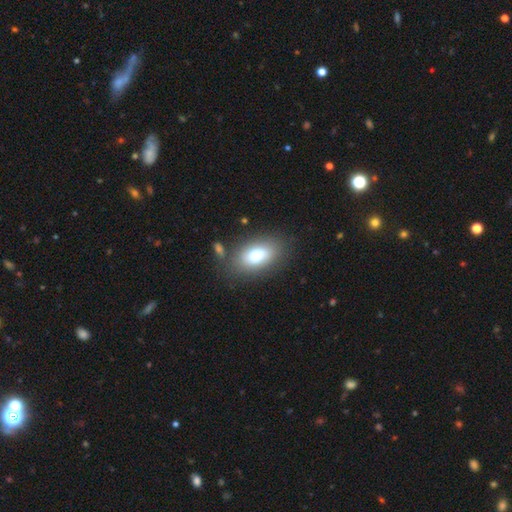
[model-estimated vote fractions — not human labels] smooth-or-featured: smooth: 73% | featured or disk: 18% | star or artifact: 9%
  how-rounded: in between: 86% | round: 12% | cigar-shaped: 2%
  merging: none: 78% | minor disturbance: 12% | merger: 5% | major disturbance: 5%